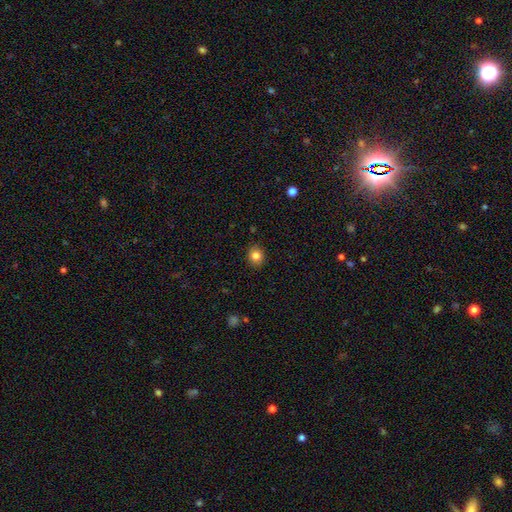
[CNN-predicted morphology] This is clearly a smooth galaxy (82%). How rounded: likely round (71%). Merging: clearly none (89%).